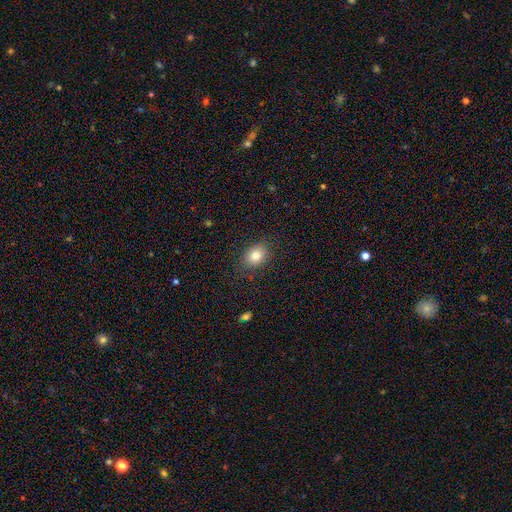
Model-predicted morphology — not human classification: This is clearly a smooth galaxy (80%). How rounded: possibly in between (57%). Merging: clearly none (84%).